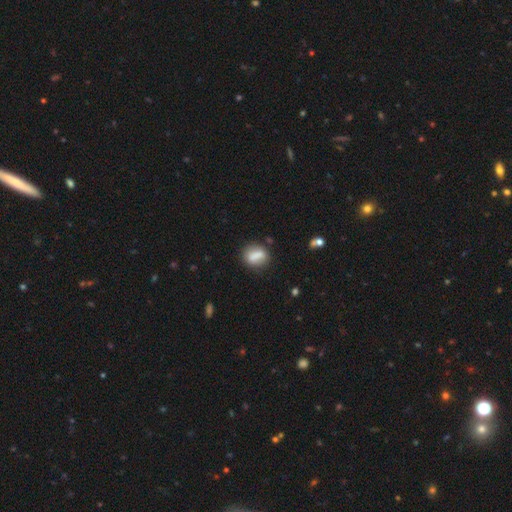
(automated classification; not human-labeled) The model was most divided on "how rounded": in between: 56%, round: 33%, cigar-shaped: 10%. More confident: smooth or featured — smooth (76%); merging — none (73%).